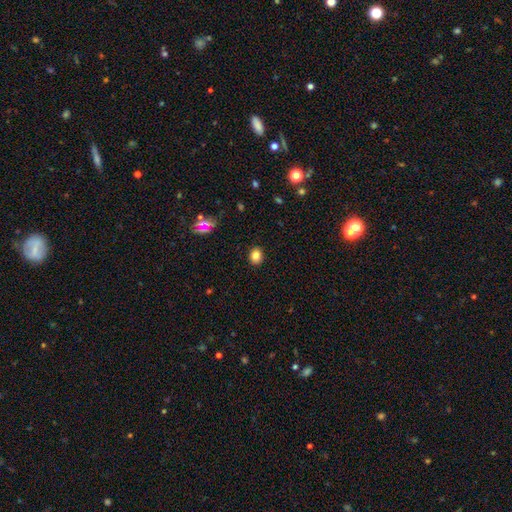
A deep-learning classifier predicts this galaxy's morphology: smooth-or-featured: smooth: 80% | star or artifact: 13% | featured or disk: 7%
  how-rounded: round: 56% | in between: 43% | cigar-shaped: 1%
  merging: none: 90% | minor disturbance: 7% | major disturbance: 2% | merger: 1%